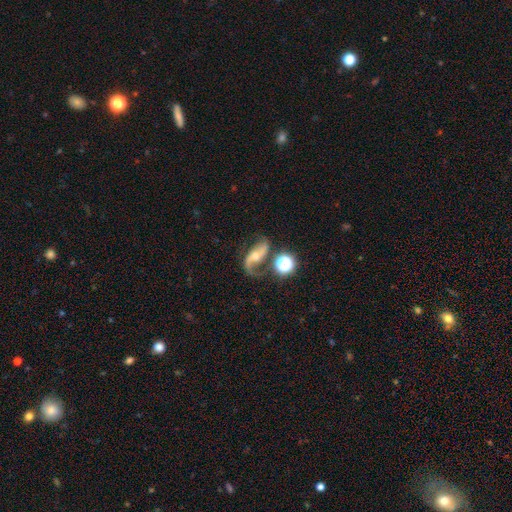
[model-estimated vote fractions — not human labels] Overall: featured or disk (82%). Edge-on disk: no (96%). Bar: no (44%; weak 34%). Spiral arms: yes (95%). Spiral arm count: 2 (85%). Spiral winding: loose (72%). Bulge size: moderate (53%; small 36%). Merging: none (61%).